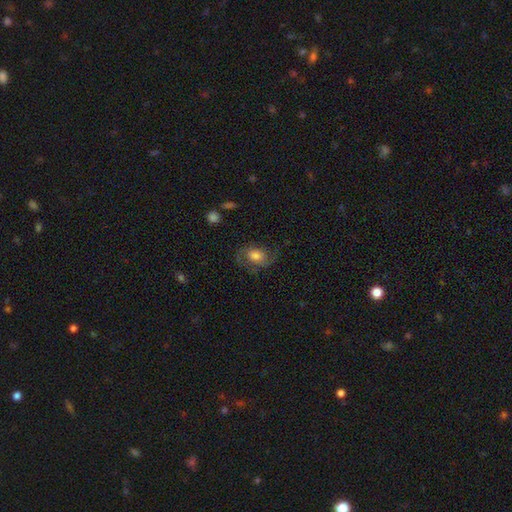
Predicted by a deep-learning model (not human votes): The model was most divided on "bulge size": moderate: 45%, large: 32%, small: 14%, none: 4%, dominant: 4%. More confident: edge-on disk — no (96%); spiral arms — yes (84%); merging — none (64%); bar — no (63%); smooth or featured — featured or disk (55%).